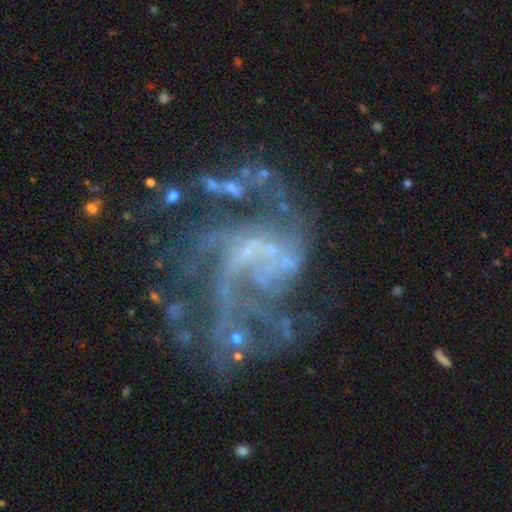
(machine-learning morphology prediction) type=featured or disk (82%); edge-on=no (98%); bar=no (55%); spiral arms=yes (84%); winding=loose (46%); arm count=can't tell (25%); bulge=none (63%); merging=none (40%).